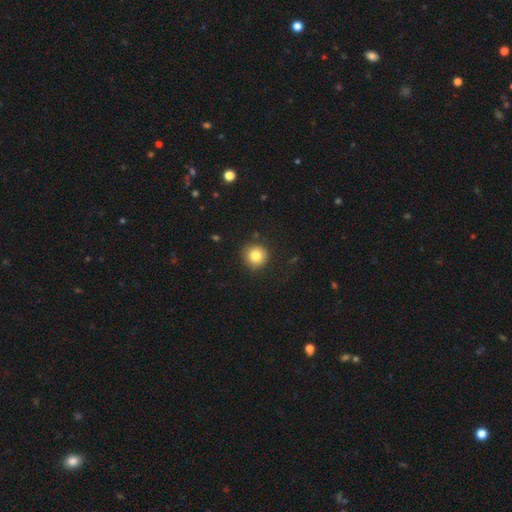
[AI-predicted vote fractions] Morphology: type=smooth (82%); roundness=round (94%); merging=none (88%).